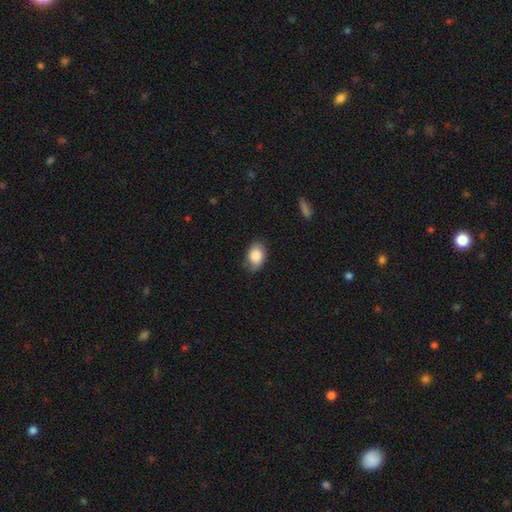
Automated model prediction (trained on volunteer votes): A smooth galaxy with no disk features (86%) that is in between round and cigar-shaped (82%). Merging: none (75%).